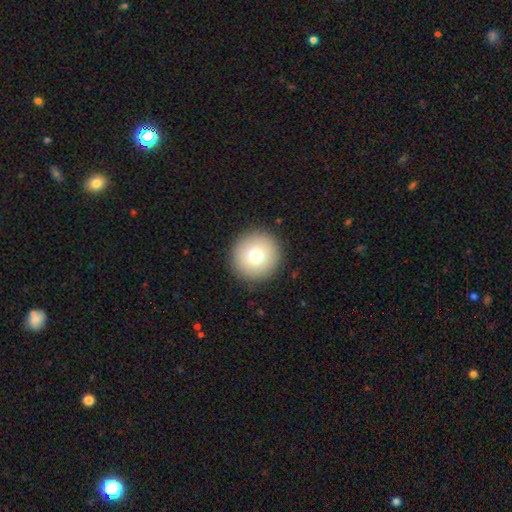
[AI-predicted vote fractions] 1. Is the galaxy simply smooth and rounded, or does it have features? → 74% smooth, 15% featured or disk, 12% star or artifact.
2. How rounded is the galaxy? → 96% round, 3% in between, 1% cigar-shaped.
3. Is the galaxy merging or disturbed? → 92% none, 5% minor disturbance, 2% major disturbance, 1% merger.